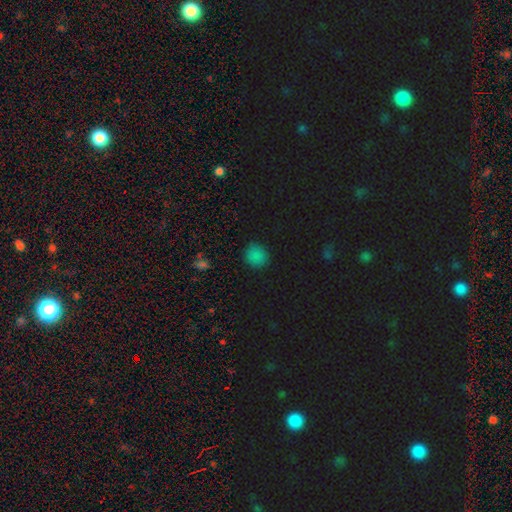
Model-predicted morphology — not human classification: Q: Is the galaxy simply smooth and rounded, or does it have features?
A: smooth — 80%.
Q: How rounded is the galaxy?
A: round — 86%.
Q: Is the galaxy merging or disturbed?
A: none — 89%.